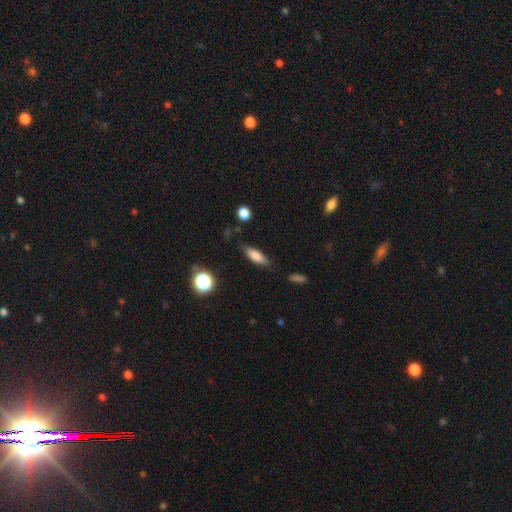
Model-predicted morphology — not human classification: This appears to be a smooth galaxy with no disk features (76%) that is in between round and cigar-shaped (52%). Merging: none (77%).